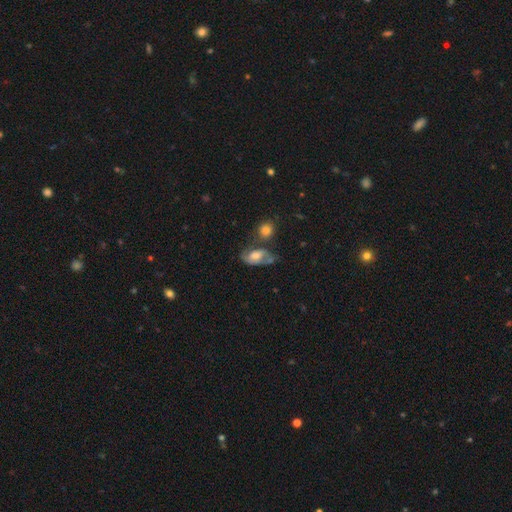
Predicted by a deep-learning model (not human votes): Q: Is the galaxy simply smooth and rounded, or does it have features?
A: featured or disk — 47%.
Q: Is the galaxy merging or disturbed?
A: none — 37%.